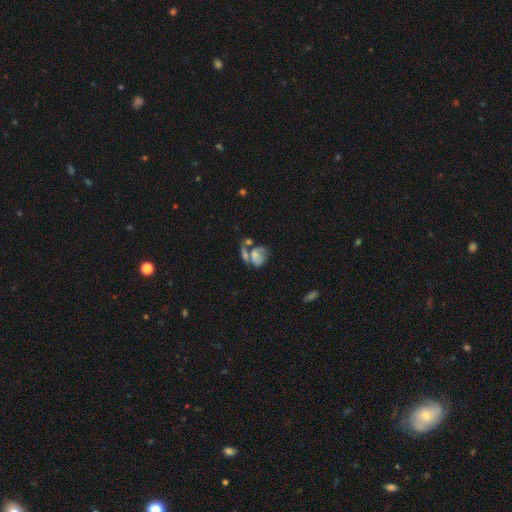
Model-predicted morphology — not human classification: This is possibly a smooth galaxy (52%). How rounded: possibly in between (57%). Merging: marginally merger (43%).